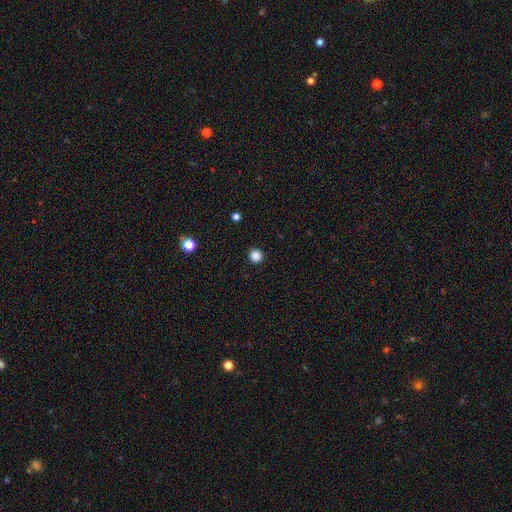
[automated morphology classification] Smooth or featured? Predicted: smooth (p=0.86). How rounded? Predicted: round (p=0.95). Merging? Predicted: none (p=0.93).